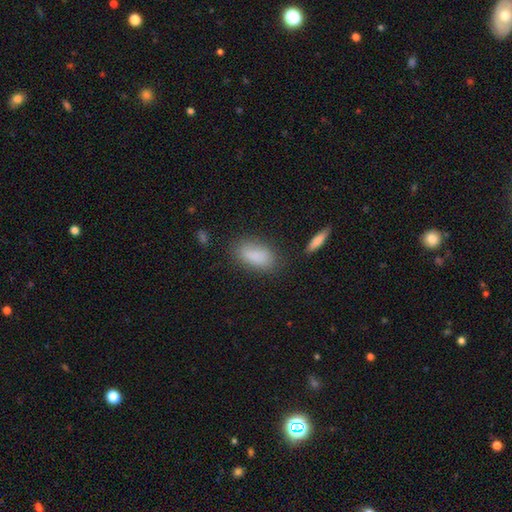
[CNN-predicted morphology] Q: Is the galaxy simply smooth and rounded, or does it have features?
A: smooth — 85%.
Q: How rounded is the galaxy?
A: in between — 86%.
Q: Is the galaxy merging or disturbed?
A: none — 74%.